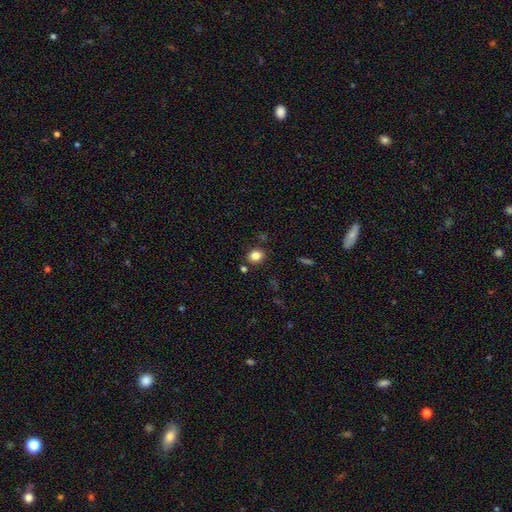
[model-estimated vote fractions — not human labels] Smooth or featured? smooth (83%)
How rounded? round (66%)
Merging? none (83%)